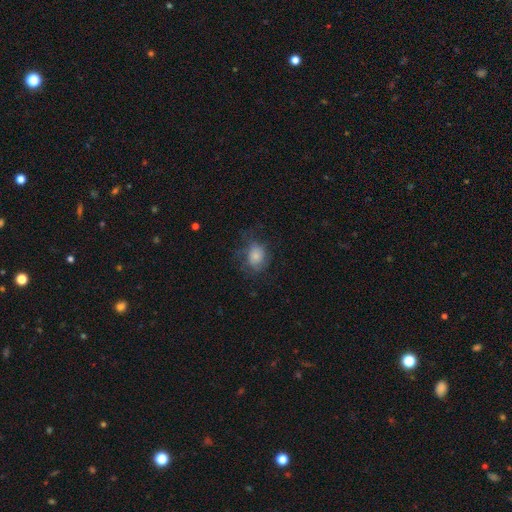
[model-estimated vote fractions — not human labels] A smooth galaxy with no disk features (70%) that is round (55%). Merging: none (54%).